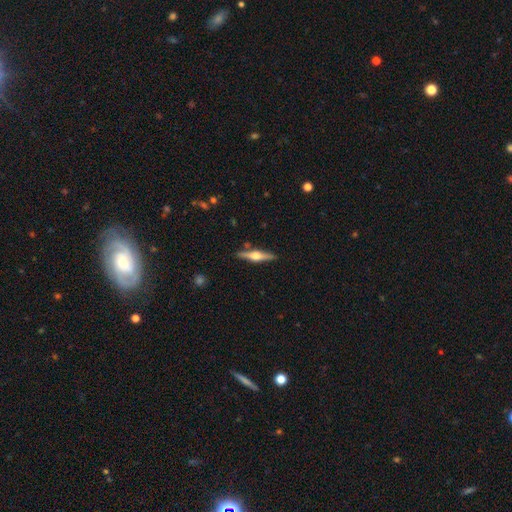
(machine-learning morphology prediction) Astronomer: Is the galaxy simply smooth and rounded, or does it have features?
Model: featured or disk — 72%.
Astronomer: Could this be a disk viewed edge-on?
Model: yes — 98%.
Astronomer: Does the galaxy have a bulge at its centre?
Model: rounded — 94%.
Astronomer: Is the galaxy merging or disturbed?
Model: none — 89%.